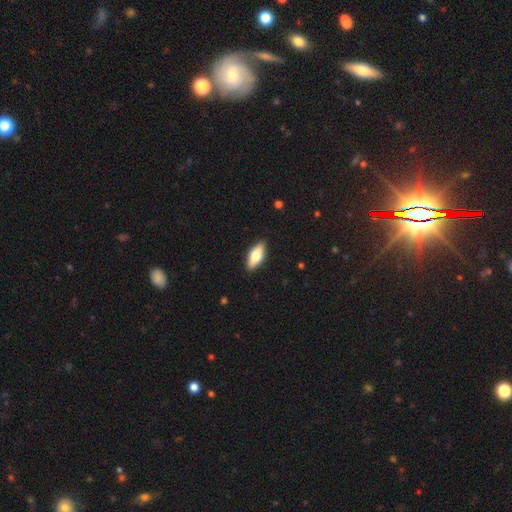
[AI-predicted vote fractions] A smooth galaxy with no disk features (62%) that is in between round and cigar-shaped (74%). Merging: none (89%).